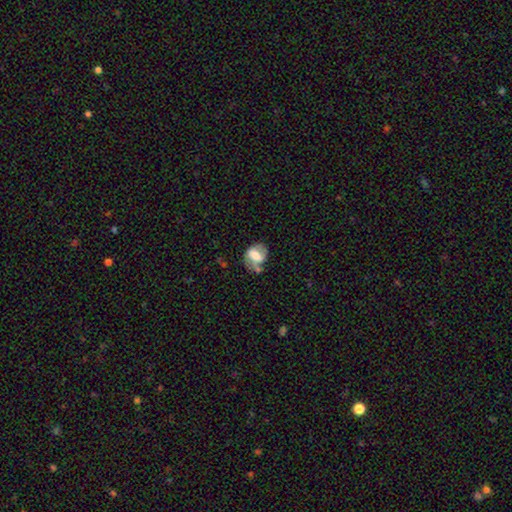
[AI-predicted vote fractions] A featured or disk galaxy (50%). Merging: none (52%).